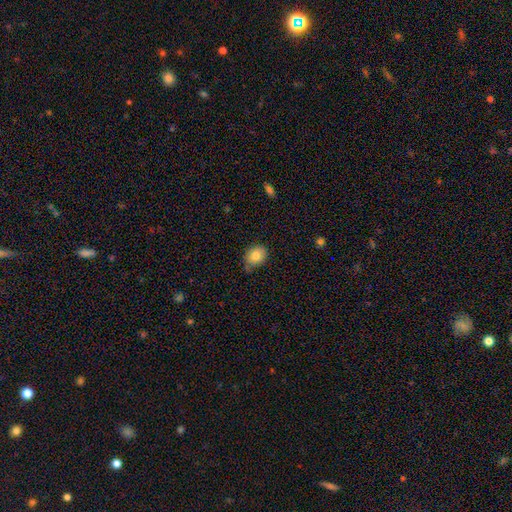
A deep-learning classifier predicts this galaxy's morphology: smooth-or-featured: smooth: 81% | featured or disk: 10% | star or artifact: 9%
  how-rounded: round: 54% | in between: 45% | cigar-shaped: 1%
  merging: none: 72% | minor disturbance: 21% | major disturbance: 4% | merger: 3%